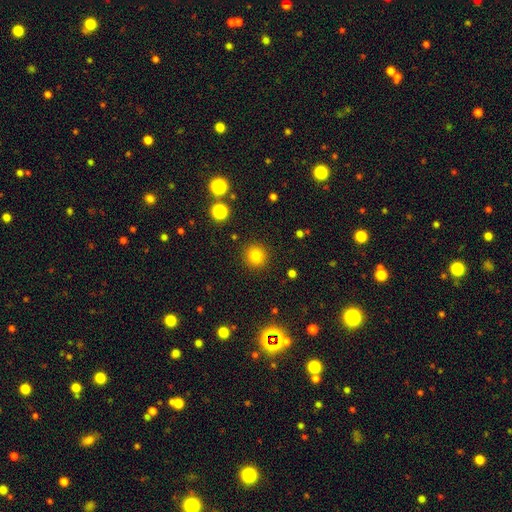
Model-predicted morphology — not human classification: The model was most divided on "smooth or featured": smooth: 81%, star or artifact: 13%, featured or disk: 5%. More confident: how rounded — round (92%); merging — none (90%).